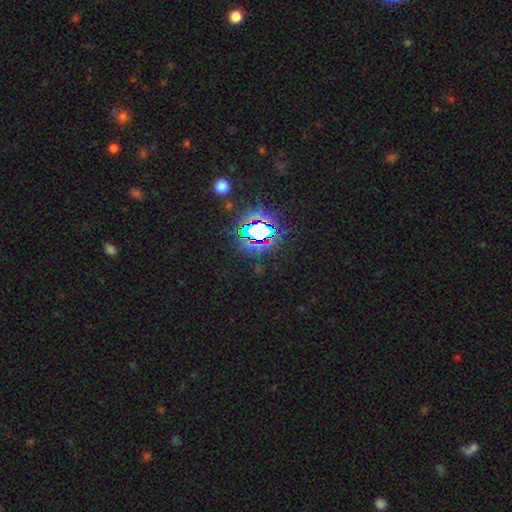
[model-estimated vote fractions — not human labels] Overall: star or artifact (80%).